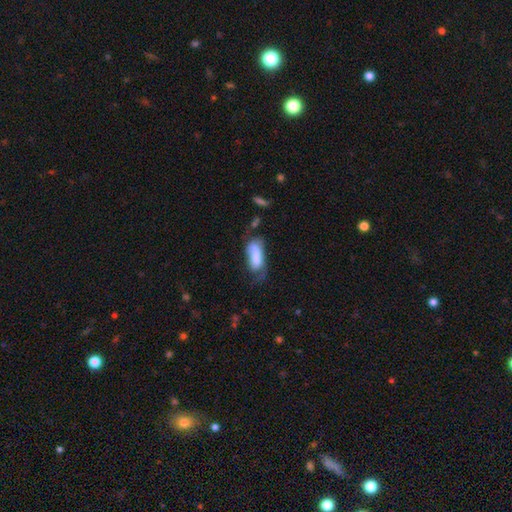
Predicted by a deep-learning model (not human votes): smooth 70%, featured or disk 22%, star or artifact 8%. Down the decision tree: how rounded — in between (75%); merging — none (29%).